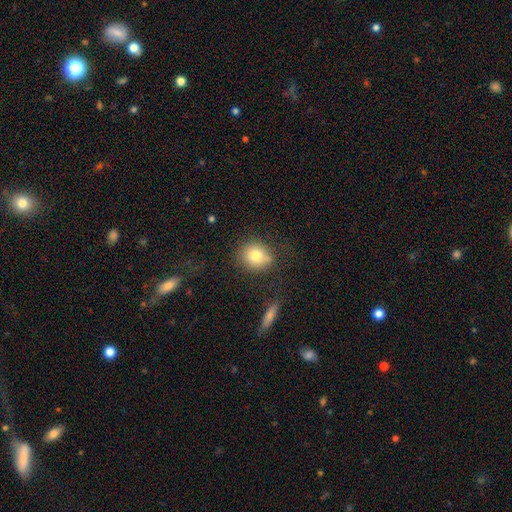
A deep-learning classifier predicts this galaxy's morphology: Q: Smooth or featured?
A: smooth (76%); runner-up: featured or disk (13%)
Q: How rounded?
A: round (80%); runner-up: in between (19%)
Q: Merging?
A: none (73%); runner-up: minor disturbance (16%)